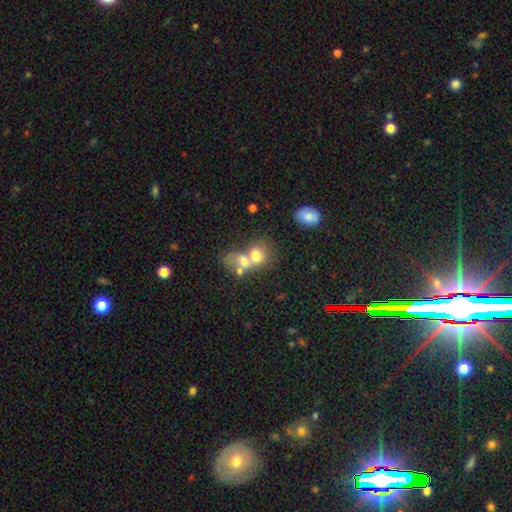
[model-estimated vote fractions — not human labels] Overall: smooth (66%). How rounded: round (51%; in between 47%). Merging: merger (68%).